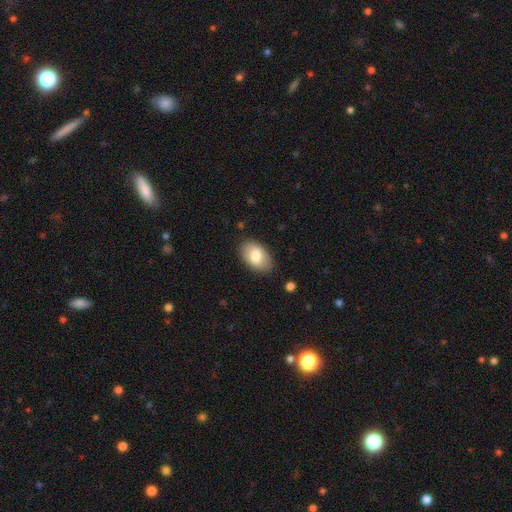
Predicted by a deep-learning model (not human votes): This appears to be a smooth galaxy with no disk features (81%) that is in between round and cigar-shaped (91%). Merging: none (84%).